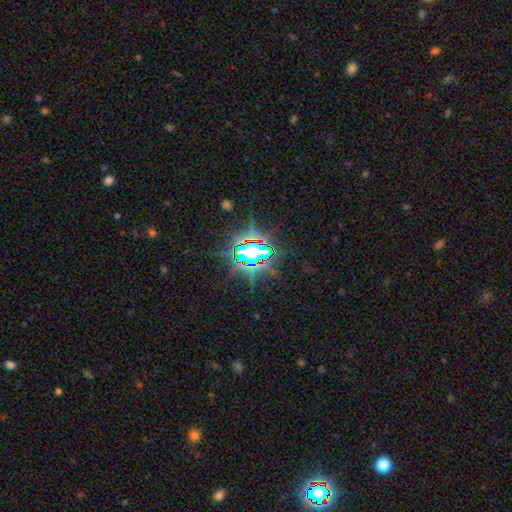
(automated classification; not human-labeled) Smooth or featured: star or artifact — 78% (smooth — 11%)